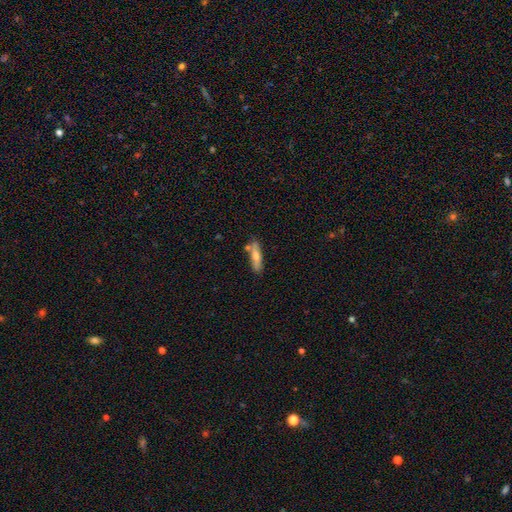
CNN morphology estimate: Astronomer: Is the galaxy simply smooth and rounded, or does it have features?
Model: smooth — 62%.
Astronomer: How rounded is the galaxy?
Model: cigar-shaped — 70%.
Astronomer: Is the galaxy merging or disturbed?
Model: none — 72%.